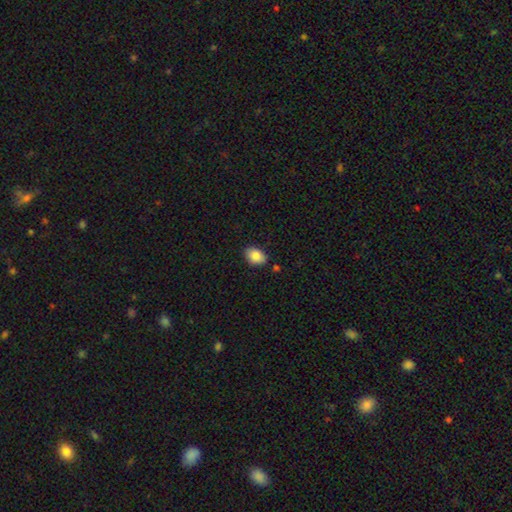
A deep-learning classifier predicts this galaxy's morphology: This appears to be a smooth galaxy with no disk features (85%) that is in between round and cigar-shaped (81%). Merging: none (84%).